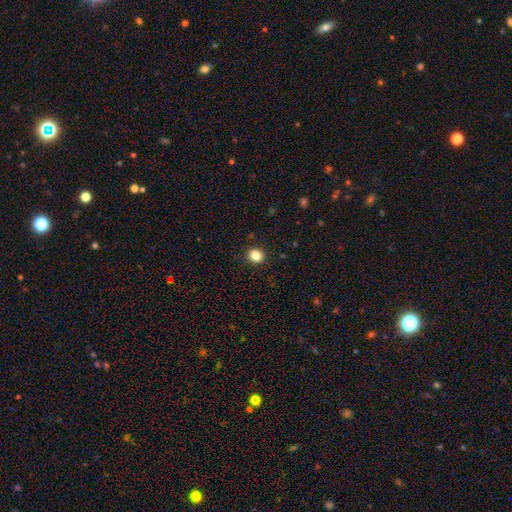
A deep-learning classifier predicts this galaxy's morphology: smooth-or-featured: smooth: 84% | star or artifact: 11% | featured or disk: 5%
  how-rounded: round: 83% | in between: 17% | cigar-shaped: 1%
  merging: none: 92% | minor disturbance: 6% | major disturbance: 2% | merger: 1%